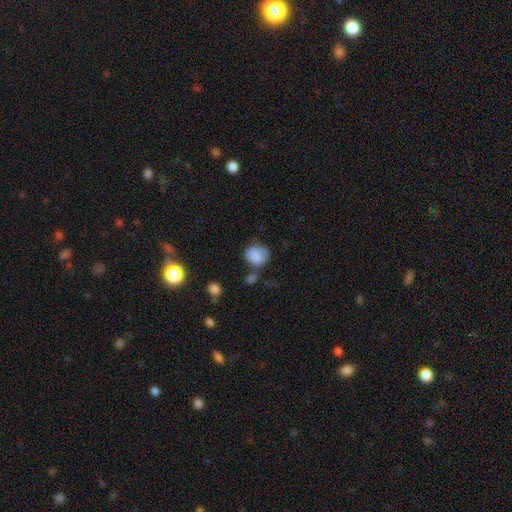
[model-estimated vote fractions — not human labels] Q: Smooth or featured?
A: smooth (81%); runner-up: featured or disk (11%)
Q: How rounded?
A: round (64%); runner-up: in between (35%)
Q: Merging?
A: none (49%); runner-up: minor disturbance (25%)